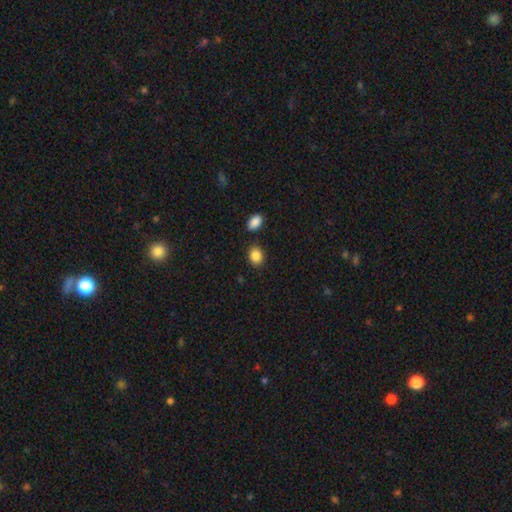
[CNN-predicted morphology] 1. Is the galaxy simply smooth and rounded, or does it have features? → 88% smooth, 8% star or artifact, 4% featured or disk.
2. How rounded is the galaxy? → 54% in between, 45% round, 1% cigar-shaped.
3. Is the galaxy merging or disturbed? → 84% none, 9% minor disturbance, 5% merger, 3% major disturbance.